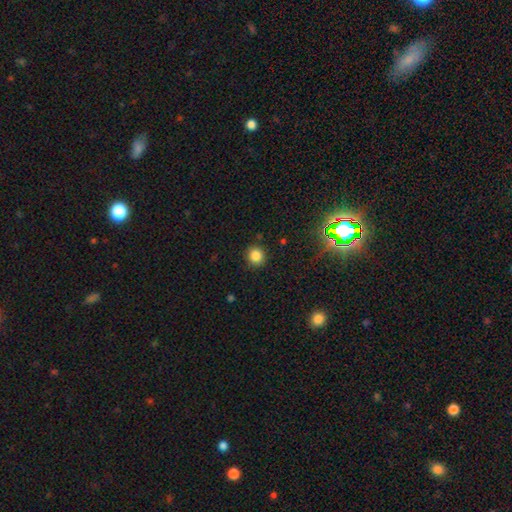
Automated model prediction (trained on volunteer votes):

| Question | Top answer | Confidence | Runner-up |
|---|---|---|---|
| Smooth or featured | smooth | 84% | star or artifact (12%) |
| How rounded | round | 90% | in between (9%) |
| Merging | none | 90% | minor disturbance (6%) |